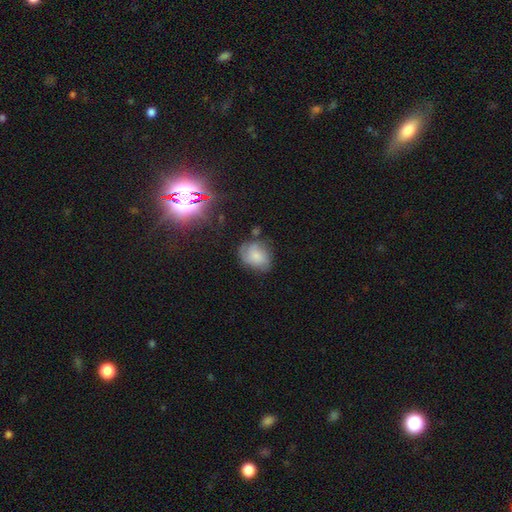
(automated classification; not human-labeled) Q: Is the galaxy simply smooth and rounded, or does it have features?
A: smooth — 67%.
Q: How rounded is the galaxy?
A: in between — 59%.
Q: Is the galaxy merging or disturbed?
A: none — 57%.